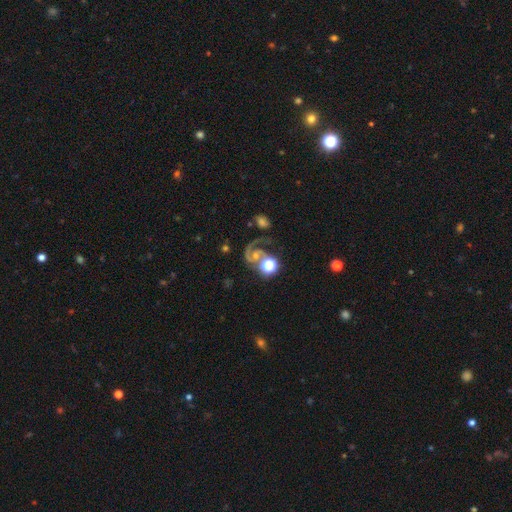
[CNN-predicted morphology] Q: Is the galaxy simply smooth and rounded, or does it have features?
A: featured or disk — 74%.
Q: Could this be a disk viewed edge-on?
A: no — 98%.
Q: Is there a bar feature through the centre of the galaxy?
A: no — 65%.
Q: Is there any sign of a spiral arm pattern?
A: yes — 93%.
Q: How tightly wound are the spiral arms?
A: medium — 48%.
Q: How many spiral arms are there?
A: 1 — 51%.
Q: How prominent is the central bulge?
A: moderate — 49%.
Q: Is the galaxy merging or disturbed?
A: none — 37%.